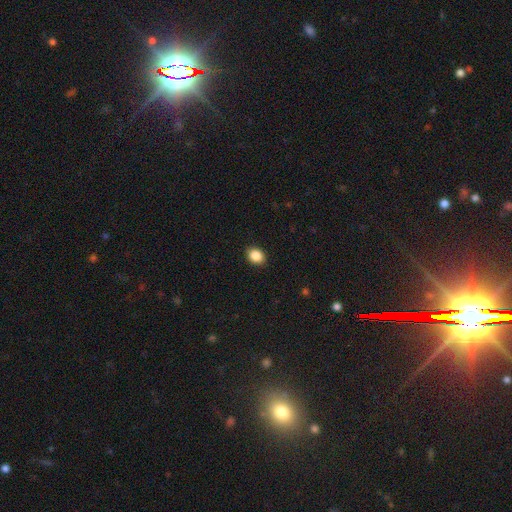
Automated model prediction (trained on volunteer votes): smooth 88%, star or artifact 9%, featured or disk 3%. Down the decision tree: how rounded — in between (58%); merging — none (90%).